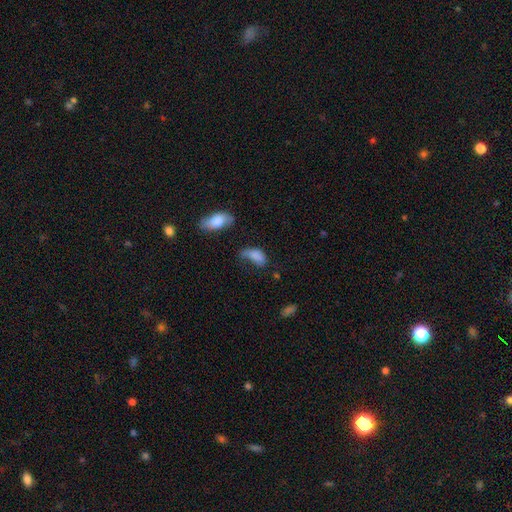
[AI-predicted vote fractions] The model was most divided on "merging": minor disturbance: 33%, major disturbance: 28%, none: 28%, merger: 11%. More confident: how rounded — in between (89%); smooth or featured — smooth (79%).